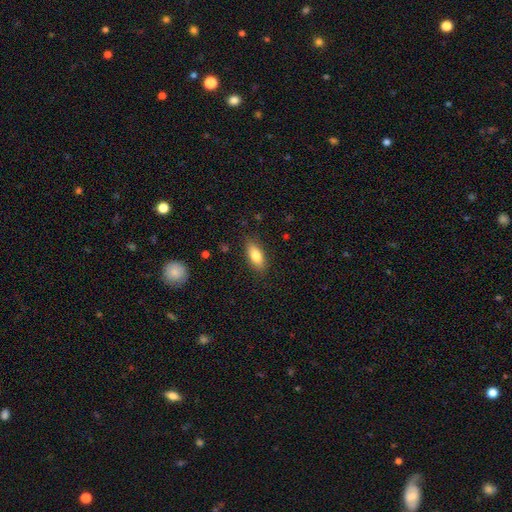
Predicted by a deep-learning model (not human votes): Morphology: type=smooth (79%); roundness=in between (78%); merging=none (86%).